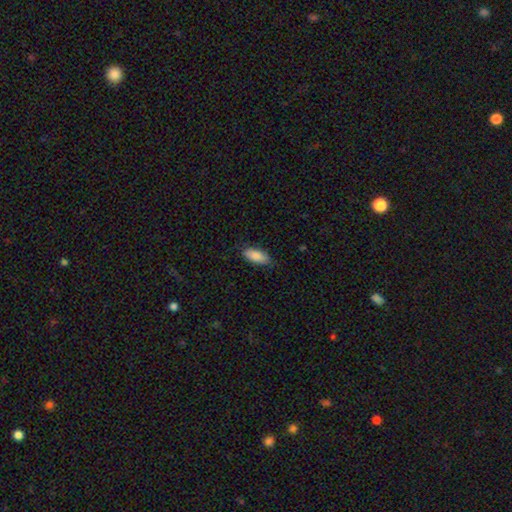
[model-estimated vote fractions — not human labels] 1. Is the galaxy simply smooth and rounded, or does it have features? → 88% smooth, 6% featured or disk, 6% star or artifact.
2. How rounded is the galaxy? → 87% in between, 11% cigar-shaped, 2% round.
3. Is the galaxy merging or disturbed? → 80% none, 16% minor disturbance, 3% major disturbance, 1% merger.